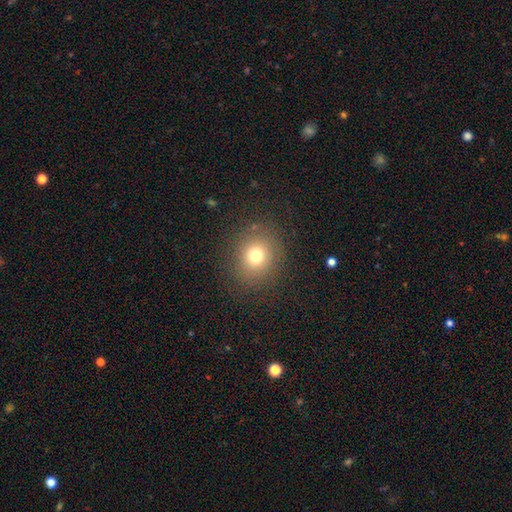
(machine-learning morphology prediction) A smooth galaxy with no disk features (73%) that is round (78%).

Vote fractions:
- Smooth or featured? smooth: 73% / star or artifact: 16% / featured or disk: 11%
- How rounded? round: 78% / in between: 21% / cigar-shaped: 1%
- Merging? none: 85% / minor disturbance: 9% / major disturbance: 5% / merger: 1%